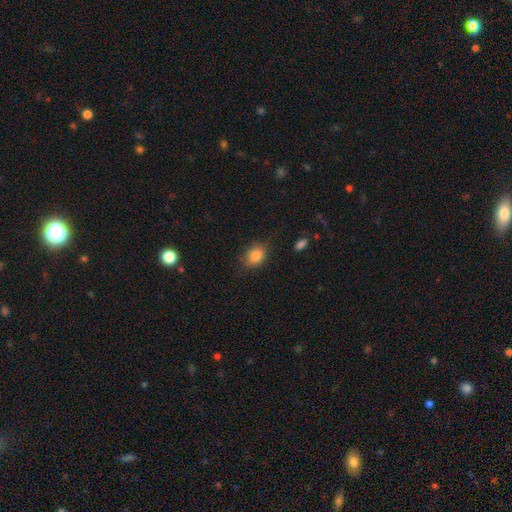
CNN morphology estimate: Smooth or featured? Predicted: smooth (p=0.84). How rounded? Predicted: in between (p=0.54). Merging? Predicted: none (p=0.74).